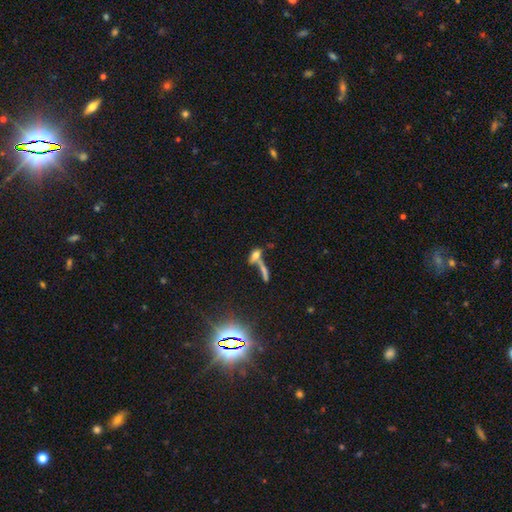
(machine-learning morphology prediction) smooth-or-featured: smooth: 57% | featured or disk: 26% | star or artifact: 17%
  how-rounded: in between: 52% | cigar-shaped: 38% | round: 11%
  merging: merger: 50% | none: 33% | minor disturbance: 9% | major disturbance: 9%